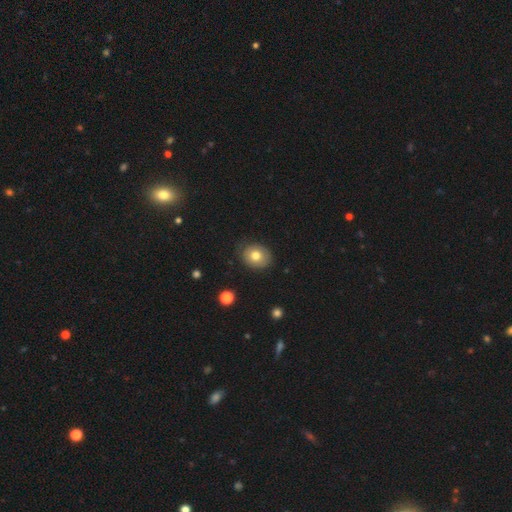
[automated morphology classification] The model was most divided on "how rounded": round: 55%, in between: 44%, cigar-shaped: 1%. More confident: merging — none (81%); smooth or featured — smooth (73%).